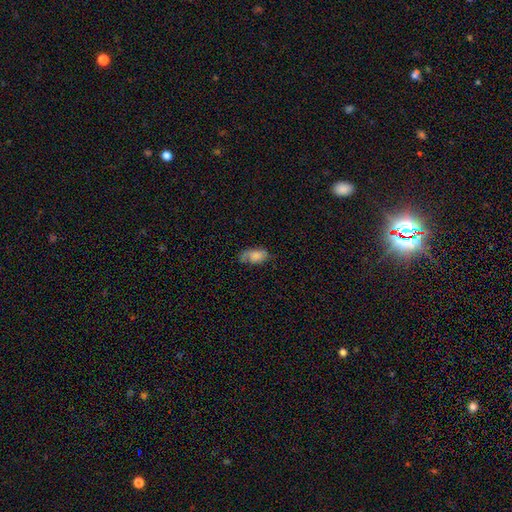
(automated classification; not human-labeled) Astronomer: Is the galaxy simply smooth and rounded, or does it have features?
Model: smooth — 75%.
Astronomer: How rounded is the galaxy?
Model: in between — 91%.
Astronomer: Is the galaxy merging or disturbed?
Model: none — 54% (runner-up: minor disturbance, 32%).